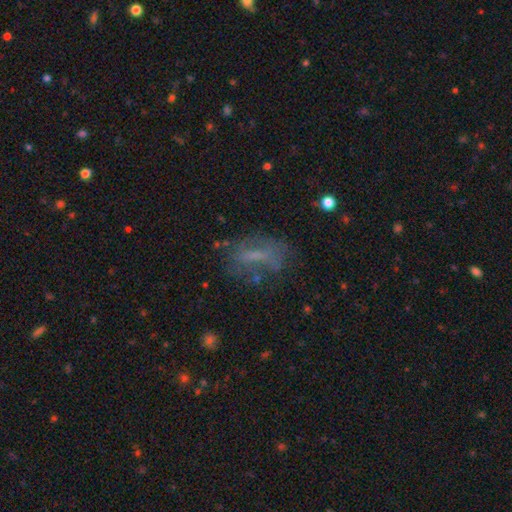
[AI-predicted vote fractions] Q: Smooth or featured?
A: smooth (43%); runner-up: featured or disk (40%)
Q: Merging?
A: none (52%); runner-up: minor disturbance (23%)